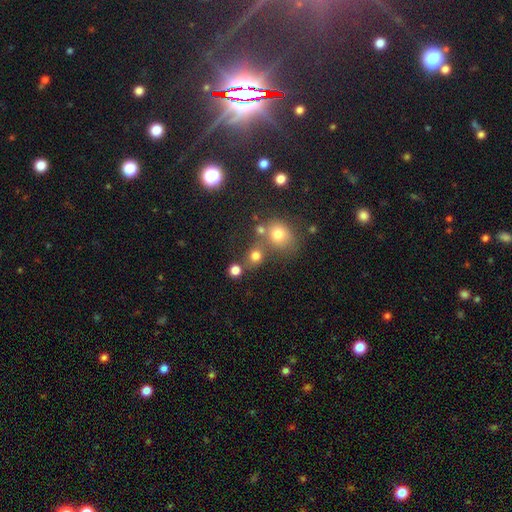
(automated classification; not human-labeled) Smooth or featured? smooth (72%)
How rounded? round (76%)
Merging? none (58%)